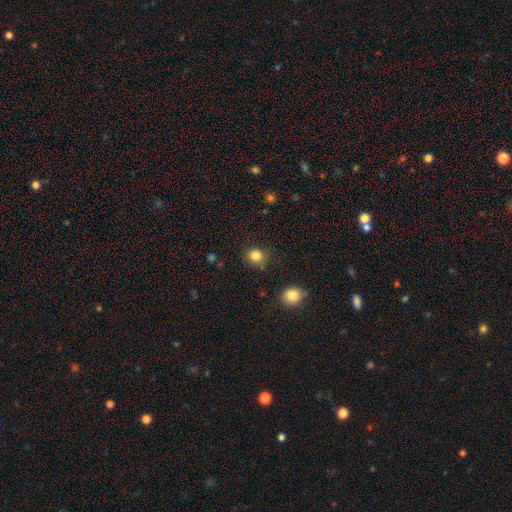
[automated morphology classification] Smooth or featured?
  - smooth: 84% *
  - star or artifact: 12%
  - featured or disk: 4%
How rounded?
  - round: 84% *
  - in between: 15%
  - cigar-shaped: 1%
Merging?
  - none: 79% *
  - minor disturbance: 14%
  - major disturbance: 4%
  - merger: 3%